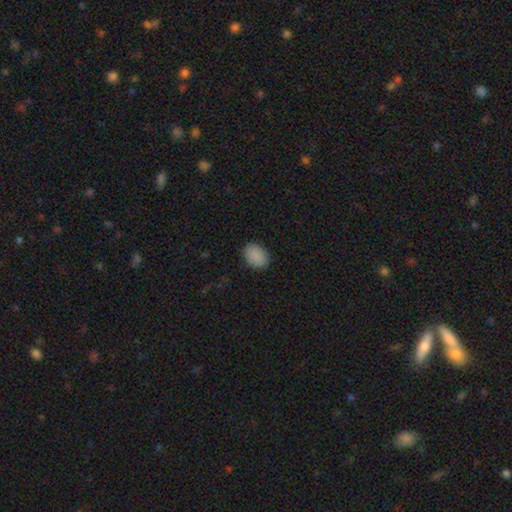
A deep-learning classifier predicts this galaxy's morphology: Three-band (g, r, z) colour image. It shows a smooth galaxy with no disk features (89%) that is in between round and cigar-shaped (67%). Merging: none (86%).